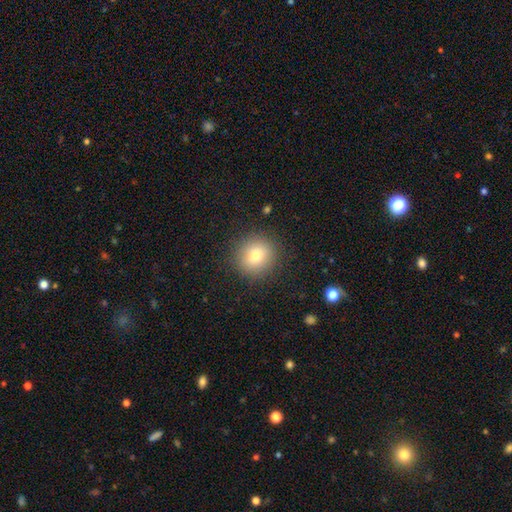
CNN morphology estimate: Smooth or featured: smooth — 76% (star or artifact — 12%)
How rounded: round — 91% (in between — 8%)
Merging: none — 89% (minor disturbance — 7%)